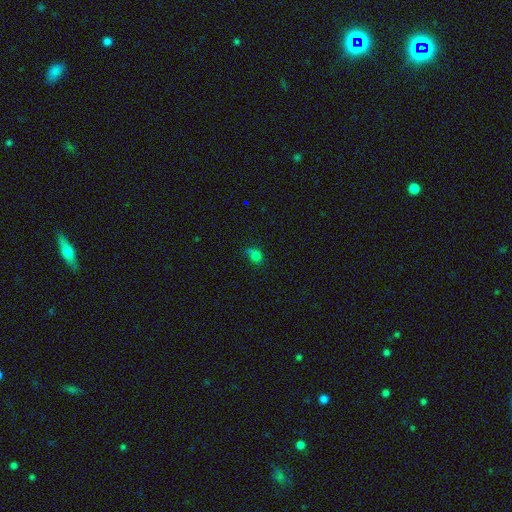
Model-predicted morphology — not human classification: smooth-or-featured: smooth: 77% | star or artifact: 15% | featured or disk: 8%
  how-rounded: round: 53% | in between: 46% | cigar-shaped: 2%
  merging: none: 49% | minor disturbance: 32% | major disturbance: 13% | merger: 5%